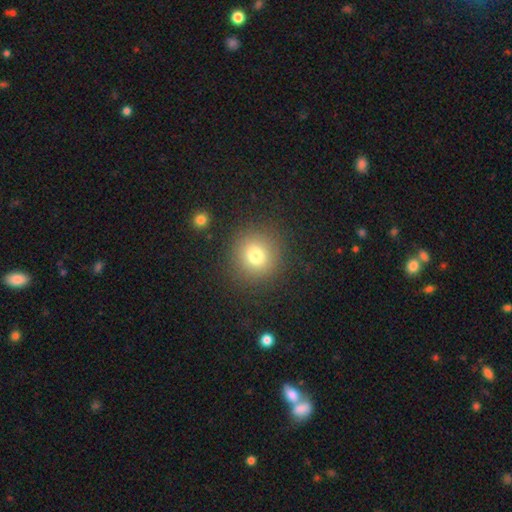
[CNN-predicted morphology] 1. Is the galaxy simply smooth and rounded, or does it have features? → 76% smooth, 15% star or artifact, 10% featured or disk.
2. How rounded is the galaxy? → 92% round, 7% in between, 1% cigar-shaped.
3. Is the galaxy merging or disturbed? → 88% none, 7% minor disturbance, 3% major disturbance, 2% merger.